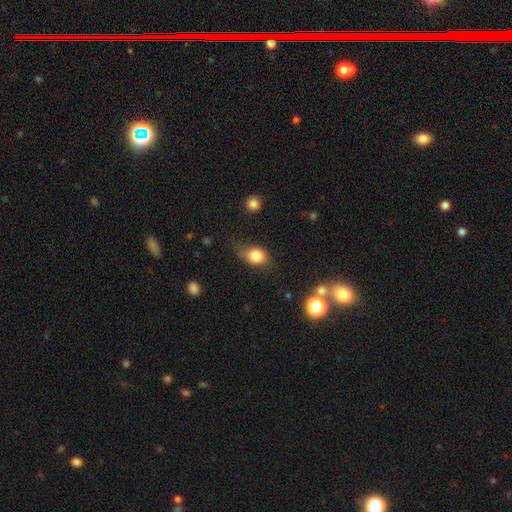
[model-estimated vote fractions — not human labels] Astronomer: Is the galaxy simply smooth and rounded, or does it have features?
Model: smooth — 81%.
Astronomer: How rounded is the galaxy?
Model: in between — 52% (runner-up: round, 46%).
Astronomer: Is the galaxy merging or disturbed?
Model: none — 46% (runner-up: minor disturbance, 35%).